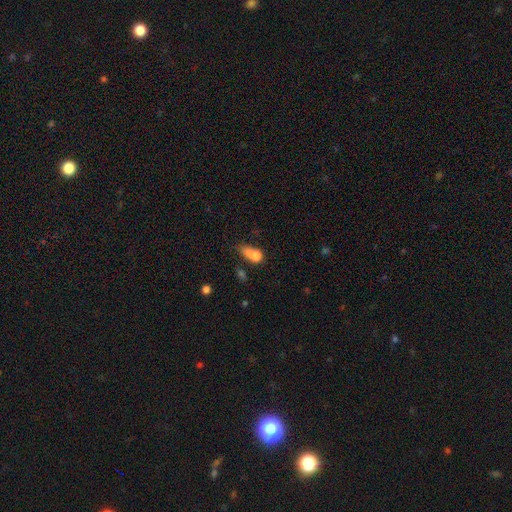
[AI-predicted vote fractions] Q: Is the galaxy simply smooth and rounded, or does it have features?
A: smooth — 71%.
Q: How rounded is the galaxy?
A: in between — 50%.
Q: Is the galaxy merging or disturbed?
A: merger — 45%.